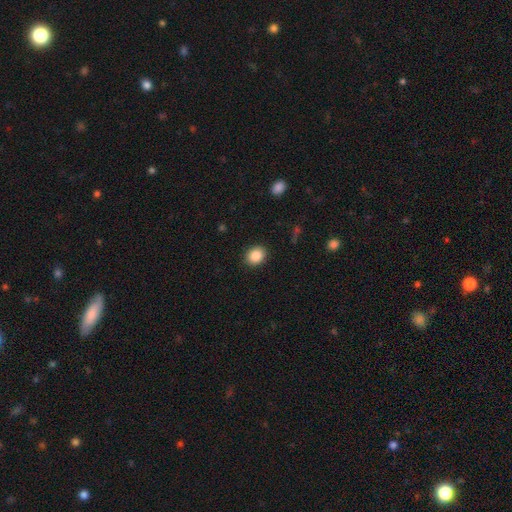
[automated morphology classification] smooth 87%, star or artifact 9%, featured or disk 4%. Down the decision tree: how rounded — round (59%); merging — none (90%).